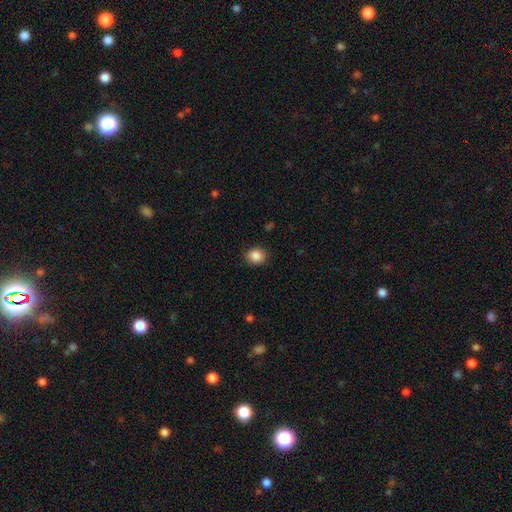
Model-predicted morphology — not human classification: This appears to be a smooth galaxy with no disk features (87%) that is round (69%). Merging: none (86%).